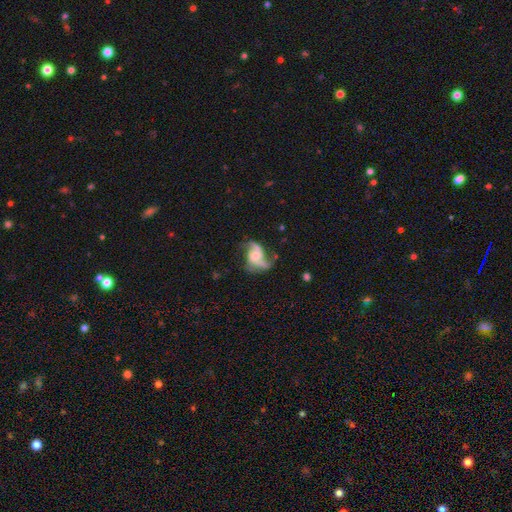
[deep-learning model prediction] A featured or disk galaxy (84%) with no bar (50%), 2 (82%) loose (59%) spiral arms (95%) and a moderate central bulge (43%). Merging: none (54%).